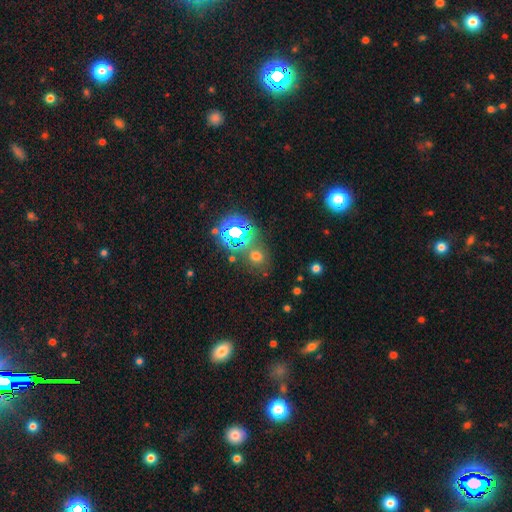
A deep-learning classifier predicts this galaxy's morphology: A smooth galaxy with no disk features (51%) that is round (78%). Merging: none (73%).